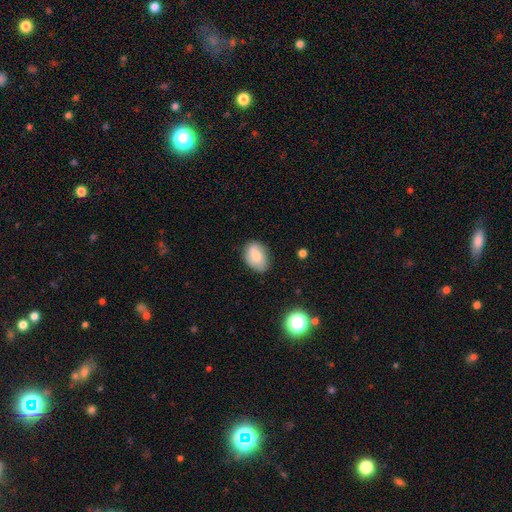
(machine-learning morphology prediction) type=smooth (78%); roundness=in between (80%); merging=none (74%).